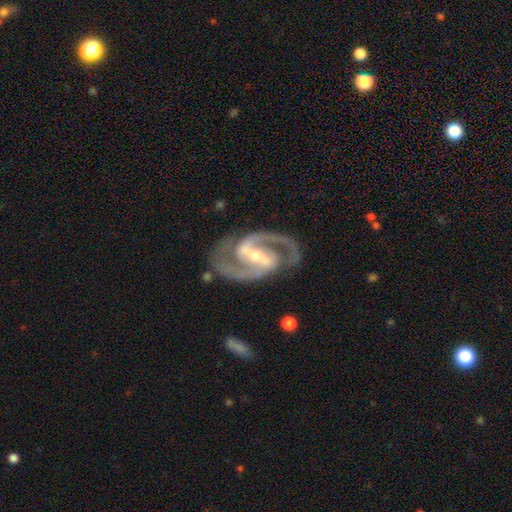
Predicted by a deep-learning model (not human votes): Morphology: type=featured or disk (94%); edge-on=no (97%); bar=strong (73%); spiral arms=yes (98%); winding=medium (63%); arm count=2 (94%); bulge=small (56%); merging=none (83%).